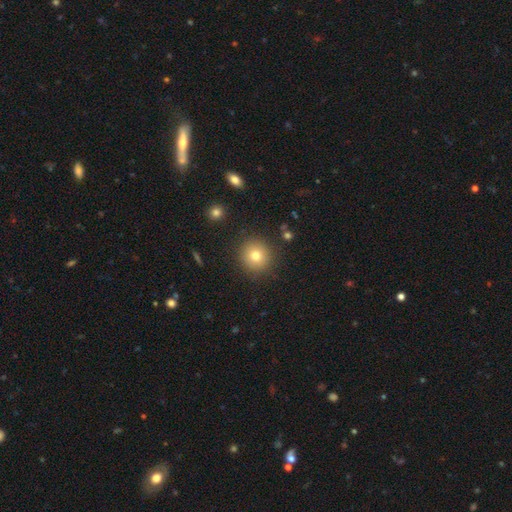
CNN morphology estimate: The model was most divided on "smooth or featured": smooth: 77%, star or artifact: 12%, featured or disk: 11%. More confident: how rounded — round (93%); merging — none (89%).